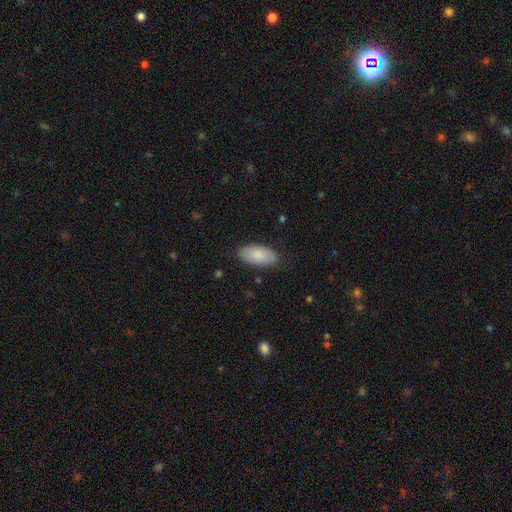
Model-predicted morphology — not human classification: smooth_or_featured: smooth (p=0.85) [alt: featured or disk p=0.09]
how_rounded: in between (p=0.91) [alt: cigar-shaped p=0.07]
merging: none (p=0.86) [alt: minor disturbance p=0.11]